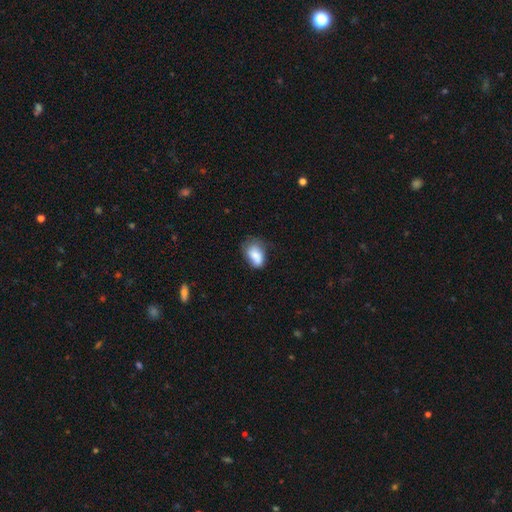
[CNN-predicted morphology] Smooth or featured: smooth — 80% (featured or disk — 13%)
How rounded: in between — 87% (round — 11%)
Merging: none — 44% (minor disturbance — 37%)